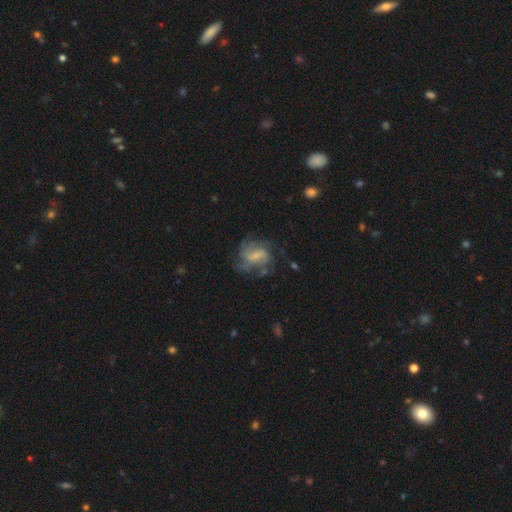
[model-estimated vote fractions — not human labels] This appears to be a featured or disk galaxy (72%) with a weak bar (52%), medium (45%) spiral arms (87%) and a small central bulge (37%). Merging: none (55%).